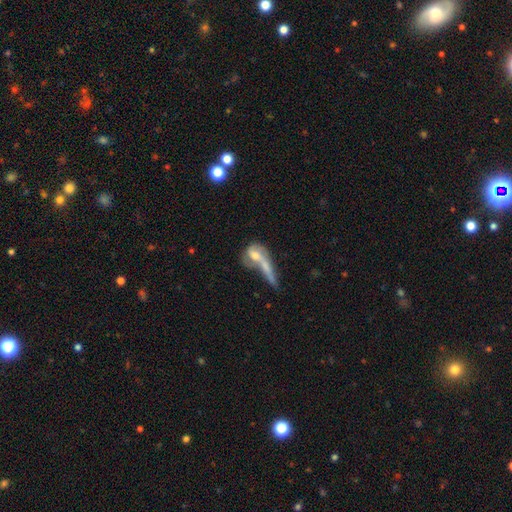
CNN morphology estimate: Smooth or featured? featured or disk (47%)
Merging? merger (47%)